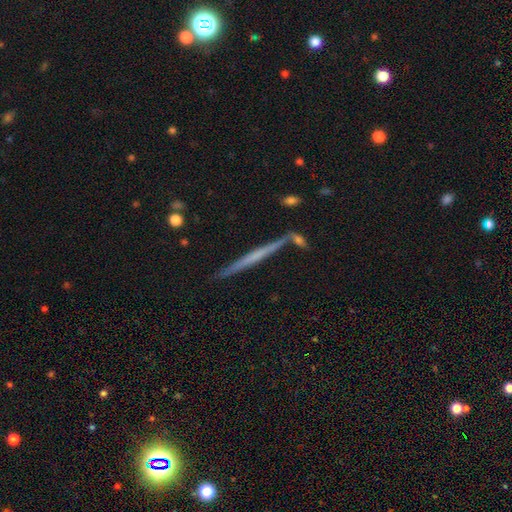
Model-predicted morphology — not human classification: Smooth or featured? Predicted: featured or disk (p=0.61). Edge-on disk? Predicted: yes (p=0.97). Edge-on bulge? Predicted: none (p=0.79). Merging? Predicted: none (p=0.83).